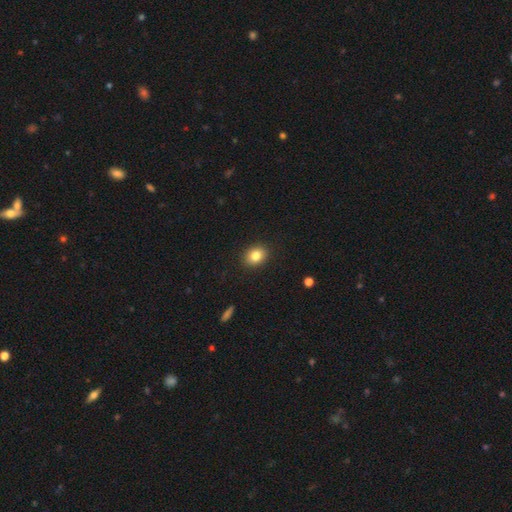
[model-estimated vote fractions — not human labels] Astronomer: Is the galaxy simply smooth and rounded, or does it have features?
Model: smooth — 83%.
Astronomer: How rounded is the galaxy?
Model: in between — 53% (runner-up: round, 46%).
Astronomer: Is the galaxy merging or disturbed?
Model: none — 90%.